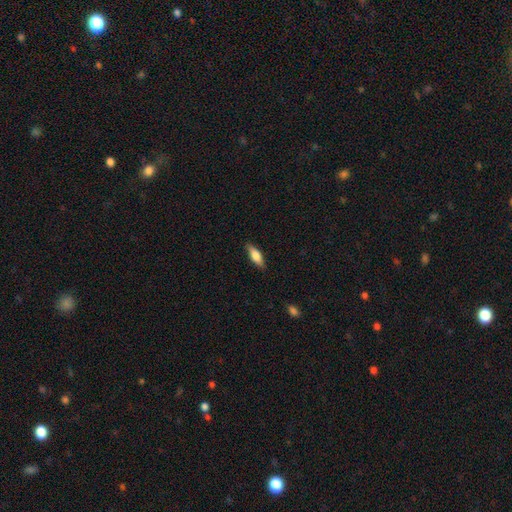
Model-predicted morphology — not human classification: type=smooth (73%); roundness=in between (59%); merging=none (84%).